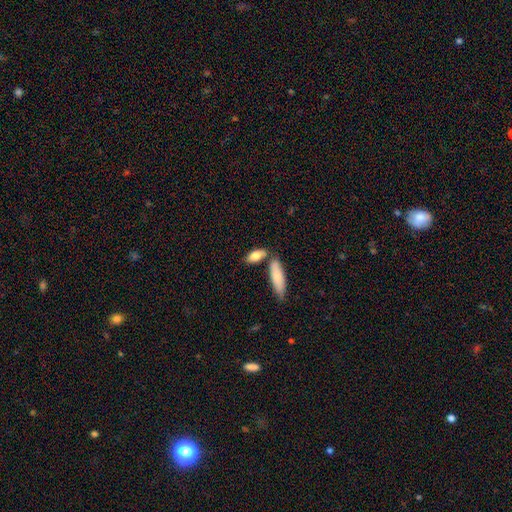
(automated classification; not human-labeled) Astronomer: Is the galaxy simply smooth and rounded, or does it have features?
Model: smooth — 80%.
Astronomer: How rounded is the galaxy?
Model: in between — 72%.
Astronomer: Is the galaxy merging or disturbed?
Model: none — 56%.